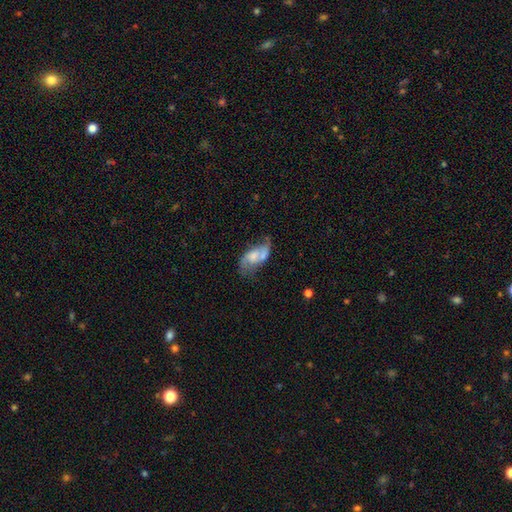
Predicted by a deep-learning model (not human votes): smooth-or-featured: featured or disk: 57% | smooth: 36% | star or artifact: 8%
  disk-edge-on: no: 95% | yes: 5%
    bar: no: 64% | weak: 29% | strong: 7%
    has-spiral-arms: yes: 72% | no: 28%
    bulge-size: moderate: 36% | small: 31% | none: 20% | large: 11% | dominant: 2%
  merging: none: 31% | merger: 29% | minor disturbance: 22% | major disturbance: 19%